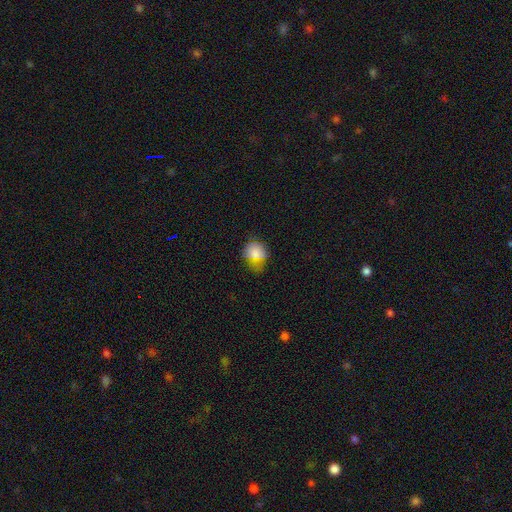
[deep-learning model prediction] Overall: smooth (78%). How rounded: round (53%; in between 45%). Merging: none (53%; minor disturbance 31%).